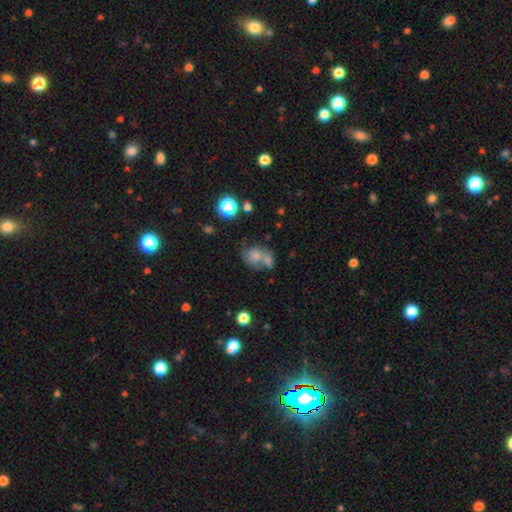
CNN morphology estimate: smooth_or_featured: smooth (p=0.56) [alt: featured or disk p=0.26]
how_rounded: round (p=0.63) [alt: in between p=0.36]
merging: merger (p=0.44) [alt: none p=0.35]